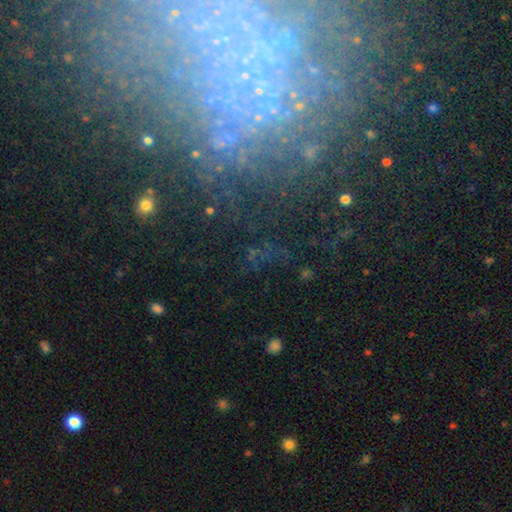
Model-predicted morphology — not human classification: Smooth or featured: featured or disk — 46% (star or artifact — 36%)
Merging: none — 64% (minor disturbance — 15%)